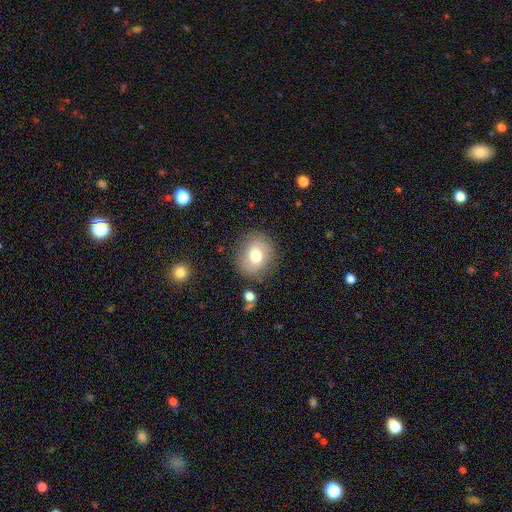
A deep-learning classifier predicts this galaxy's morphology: smooth_or_featured: smooth (p=0.74) [alt: featured or disk p=0.16]
how_rounded: round (p=0.75) [alt: in between p=0.24]
merging: none (p=0.82) [alt: minor disturbance p=0.11]